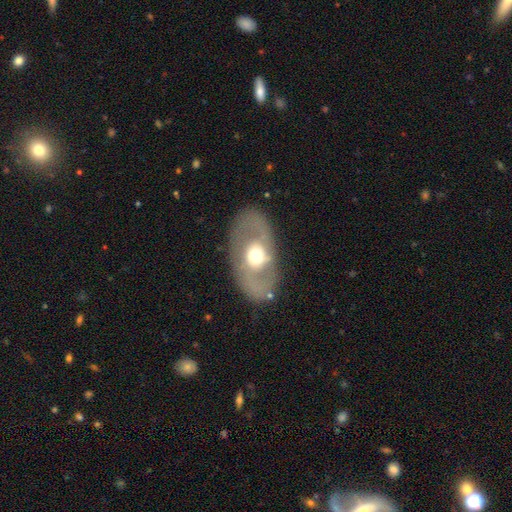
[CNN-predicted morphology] Smooth or featured? Predicted: featured or disk (p=0.62). Edge-on disk? Predicted: no (p=0.90). Bar? Predicted: no (p=0.69). Spiral arms? Predicted: no (p=0.65). Bulge size? Predicted: moderate (p=0.63). Merging? Predicted: none (p=0.79).